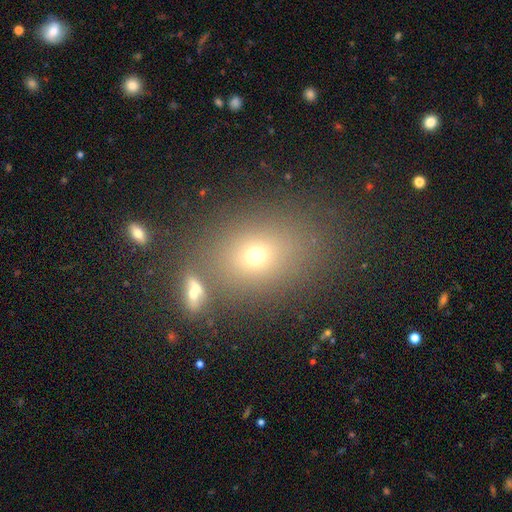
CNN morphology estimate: smooth-or-featured: smooth: 63% | star or artifact: 23% | featured or disk: 14%
  how-rounded: in between: 56% | round: 43% | cigar-shaped: 2%
  merging: none: 73% | merger: 12% | minor disturbance: 10% | major disturbance: 5%